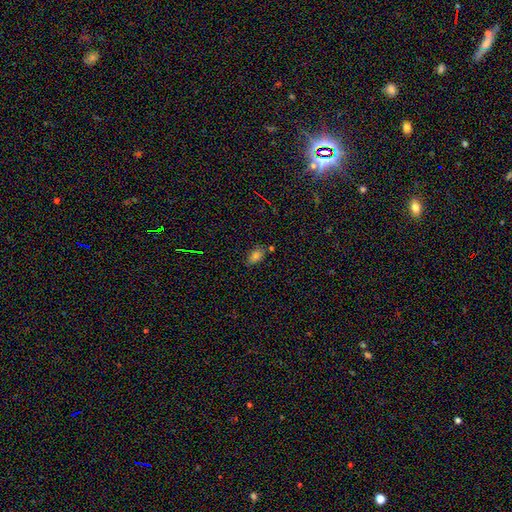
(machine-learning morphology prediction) smooth_or_featured: smooth (p=0.73) [alt: star or artifact p=0.18]
how_rounded: in between (p=0.87) [alt: round p=0.10]
merging: none (p=0.73) [alt: minor disturbance p=0.17]